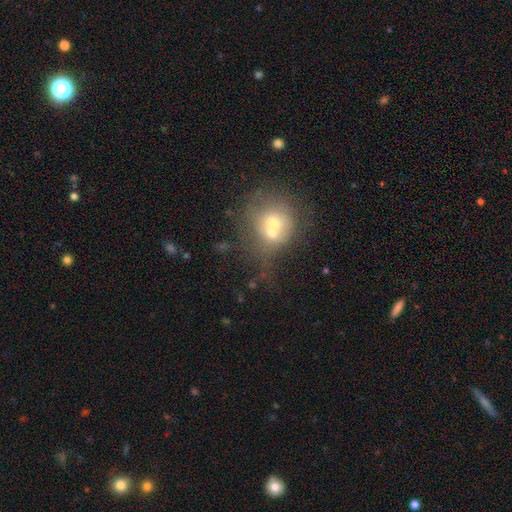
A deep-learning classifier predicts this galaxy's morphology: type=smooth (55%); roundness=round (74%); merging=none (55%).